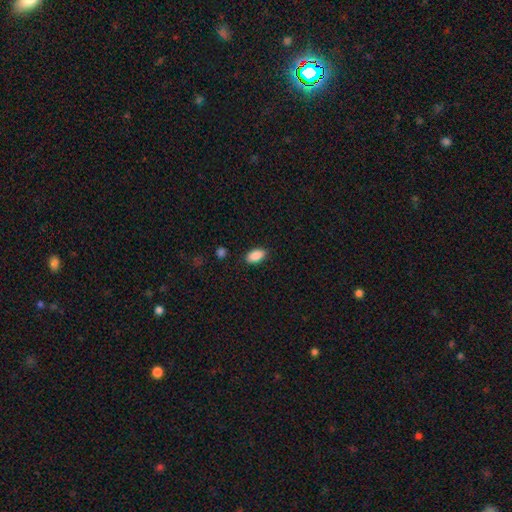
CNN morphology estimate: Smooth or featured? Predicted: smooth (p=0.89). How rounded? Predicted: in between (p=0.93). Merging? Predicted: none (p=0.87).